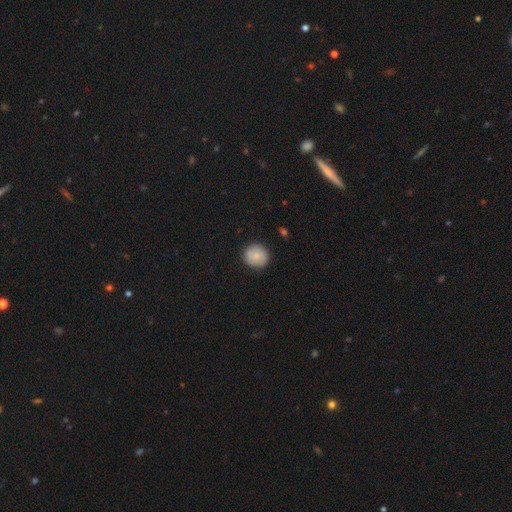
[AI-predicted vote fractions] This appears to be a smooth galaxy with no disk features (79%) that is round (90%). Merging: none (87%).